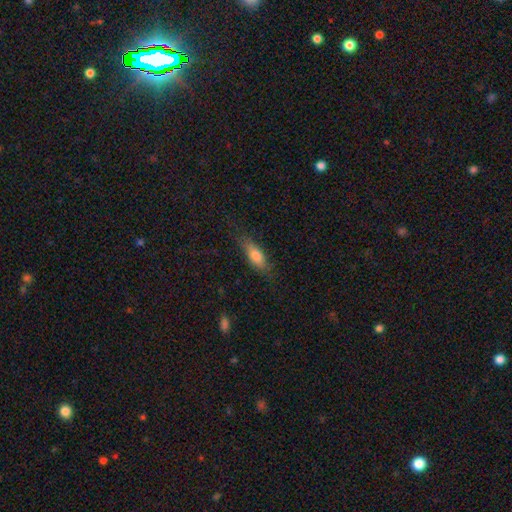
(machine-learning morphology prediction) smooth 75%, featured or disk 18%, star or artifact 7%. Down the decision tree: how rounded — in between (66%); merging — none (73%).